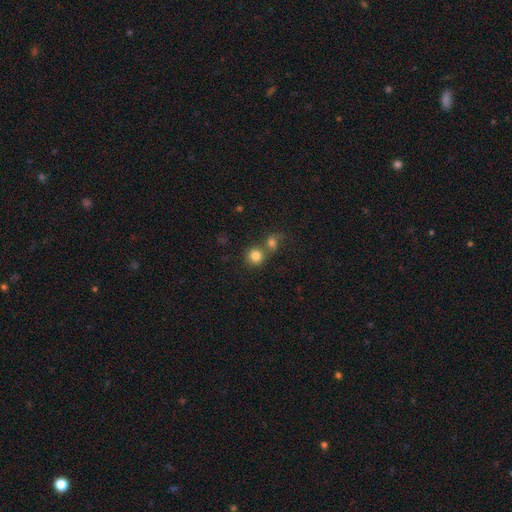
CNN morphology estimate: The model was most divided on "merging": none: 52%, merger: 38%, minor disturbance: 7%, major disturbance: 3%. More confident: how rounded — round (87%); smooth or featured — smooth (81%).